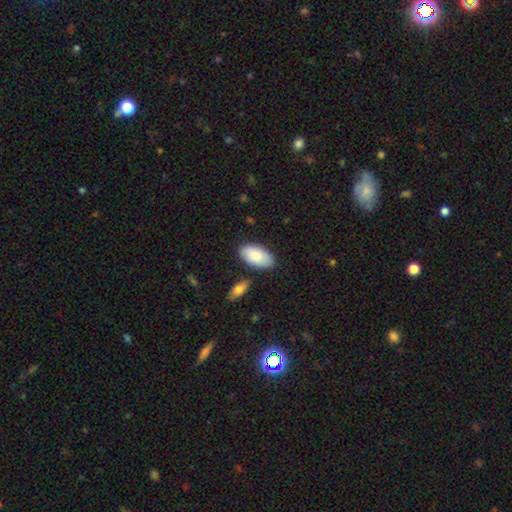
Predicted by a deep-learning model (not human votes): Smooth or featured: smooth — 82% (featured or disk — 12%)
How rounded: in between — 95% (round — 3%)
Merging: none — 79% (minor disturbance — 13%)